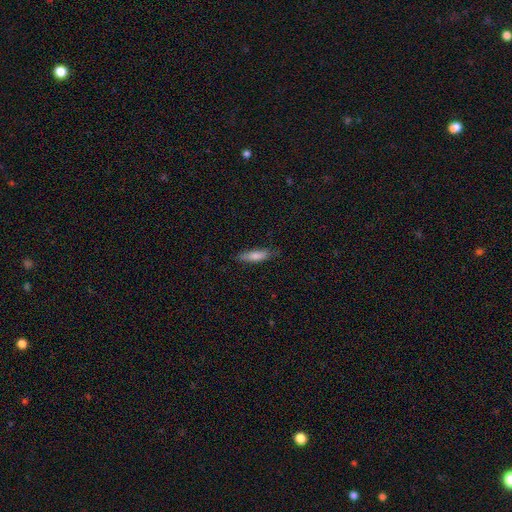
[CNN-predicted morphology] Smooth or featured? Predicted: smooth (p=0.78). How rounded? Predicted: cigar-shaped (p=0.61). Merging? Predicted: none (p=0.78).